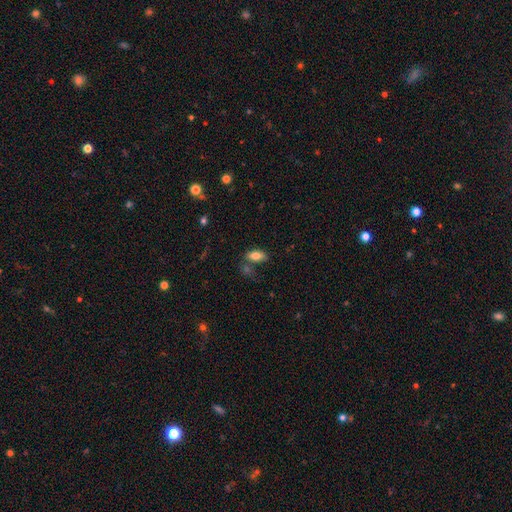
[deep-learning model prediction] This appears to be a smooth galaxy with no disk features (81%) that is in between round and cigar-shaped (88%). Merging: none (65%).